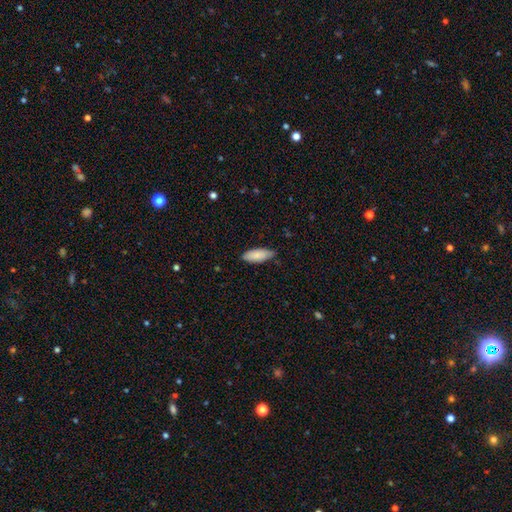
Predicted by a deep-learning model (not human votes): Smooth or featured? smooth (86%)
How rounded? in between (81%)
Merging? none (77%)